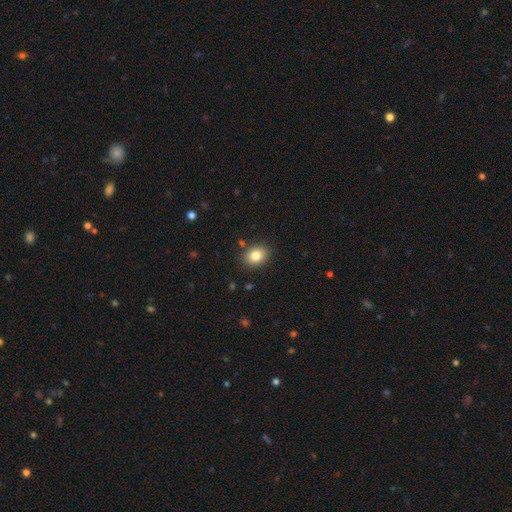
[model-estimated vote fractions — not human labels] Smooth or featured: smooth — 83% (star or artifact — 10%)
How rounded: in between — 53% (round — 46%)
Merging: none — 87% (minor disturbance — 9%)